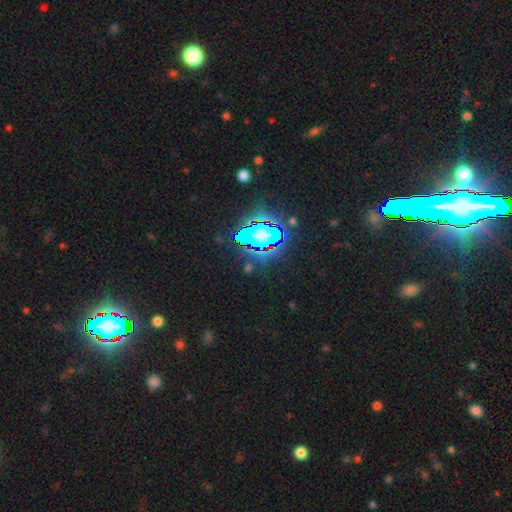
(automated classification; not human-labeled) Overall: star or artifact (82%).